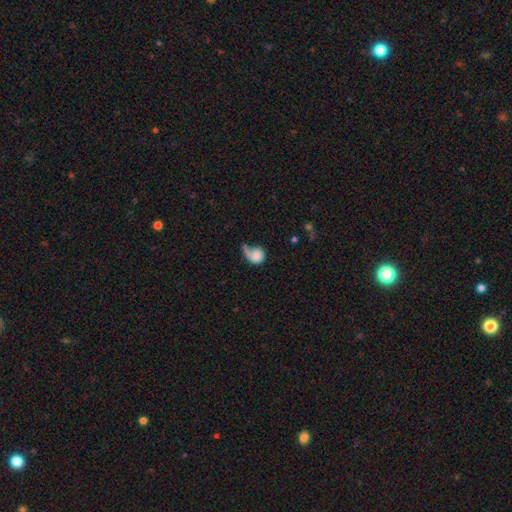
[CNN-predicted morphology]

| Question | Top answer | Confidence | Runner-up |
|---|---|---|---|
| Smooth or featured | smooth | 63% | featured or disk (29%) |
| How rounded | round | 59% | in between (39%) |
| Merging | major disturbance | 43% | none (26%) |